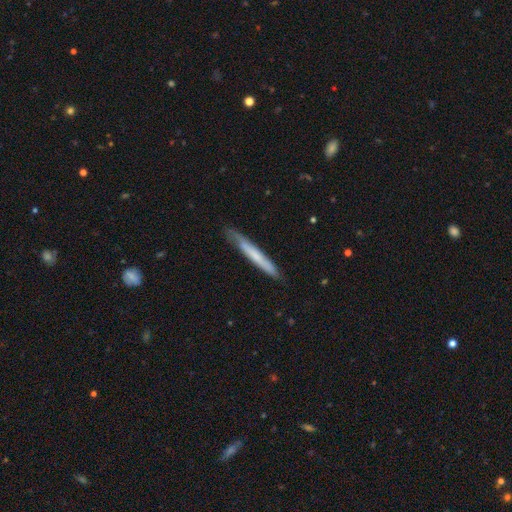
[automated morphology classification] smooth_or_featured: smooth (p=0.57) [alt: featured or disk p=0.37]
how_rounded: cigar-shaped (p=0.96) [alt: in between p=0.03]
merging: none (p=0.80) [alt: minor disturbance p=0.16]